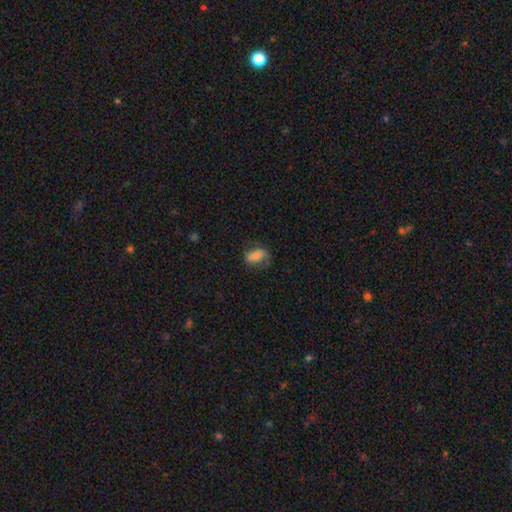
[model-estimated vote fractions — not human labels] Smooth or featured: smooth — 57% (featured or disk — 35%)
How rounded: in between — 83% (round — 14%)
Merging: none — 60% (minor disturbance — 24%)